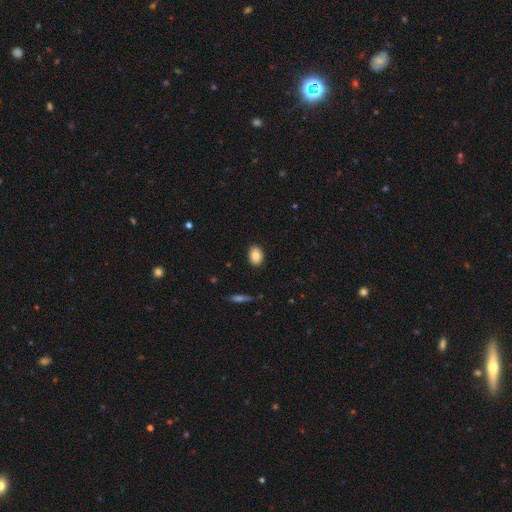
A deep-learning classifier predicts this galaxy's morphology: smooth 86%, star or artifact 8%, featured or disk 6%. Down the decision tree: how rounded — in between (78%); merging — none (88%).